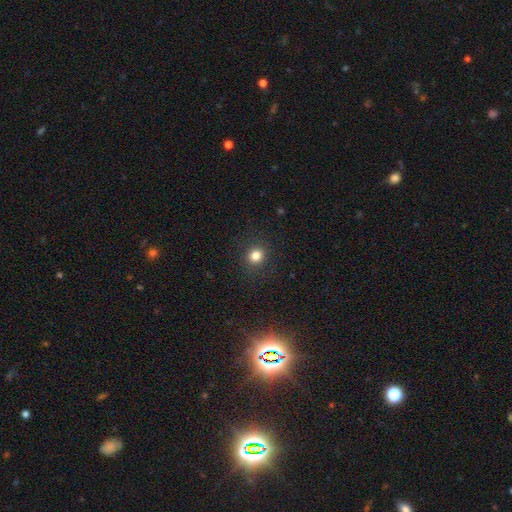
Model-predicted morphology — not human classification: Q: Smooth or featured?
A: smooth (82%); runner-up: star or artifact (13%)
Q: How rounded?
A: round (87%); runner-up: in between (12%)
Q: Merging?
A: none (89%); runner-up: minor disturbance (7%)